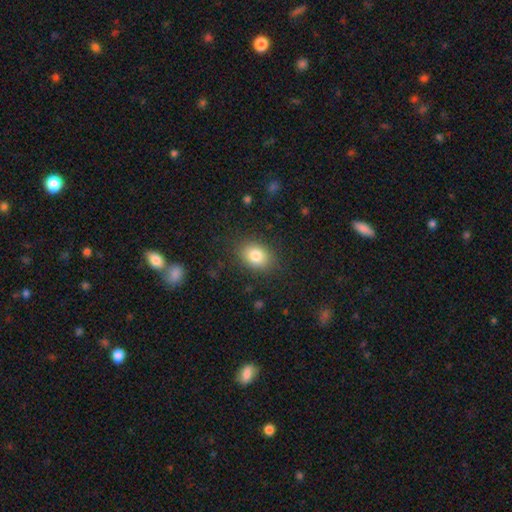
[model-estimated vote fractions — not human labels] Overall: smooth (83%). How rounded: in between (65%; round 34%). Merging: none (85%).